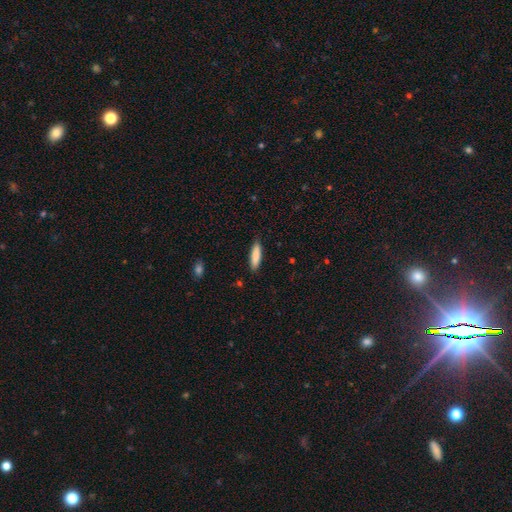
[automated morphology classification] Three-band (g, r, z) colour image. It shows a smooth galaxy with no disk features (86%) that is cigar-shaped (72%). Merging: none (88%).